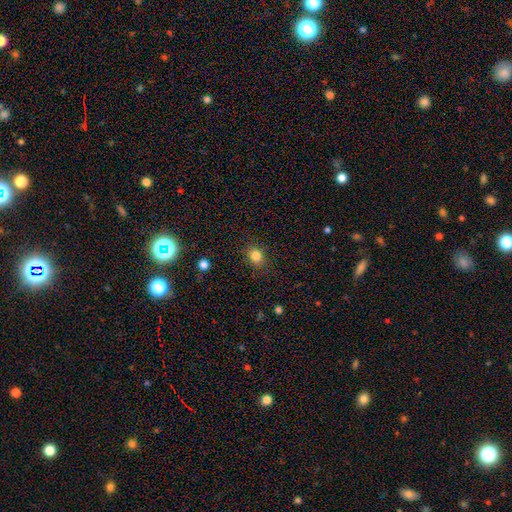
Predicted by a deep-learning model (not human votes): smooth-or-featured: smooth: 83% | star or artifact: 12% | featured or disk: 5%
  how-rounded: round: 64% | in between: 35% | cigar-shaped: 1%
  merging: none: 85% | minor disturbance: 11% | major disturbance: 3% | merger: 1%